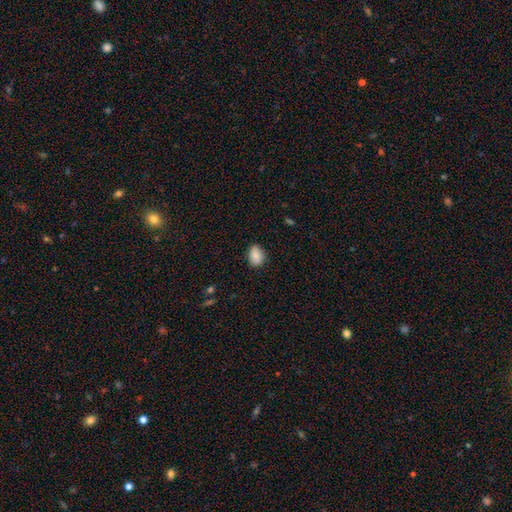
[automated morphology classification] Overall: smooth (84%). How rounded: in between (70%). Merging: none (80%).